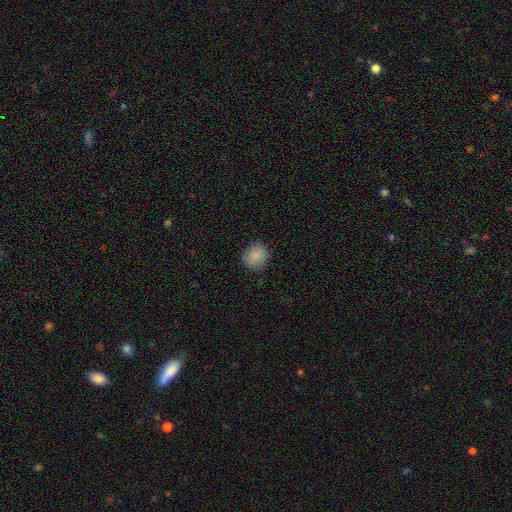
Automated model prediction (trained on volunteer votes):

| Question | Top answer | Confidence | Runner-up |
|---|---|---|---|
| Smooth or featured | smooth | 87% | star or artifact (9%) |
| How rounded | round | 84% | in between (15%) |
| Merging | none | 86% | minor disturbance (11%) |